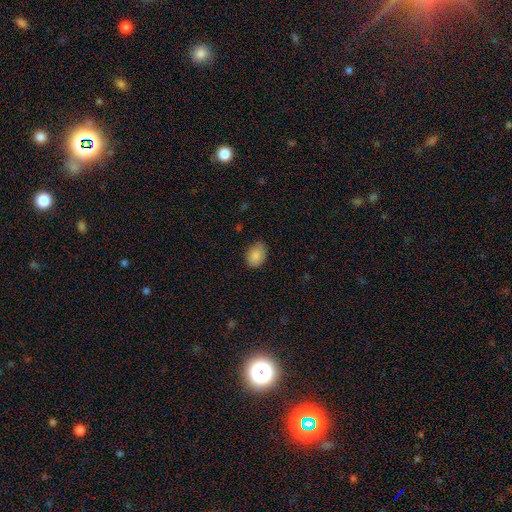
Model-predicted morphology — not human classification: Overall: smooth (87%). How rounded: in between (78%). Merging: none (77%).